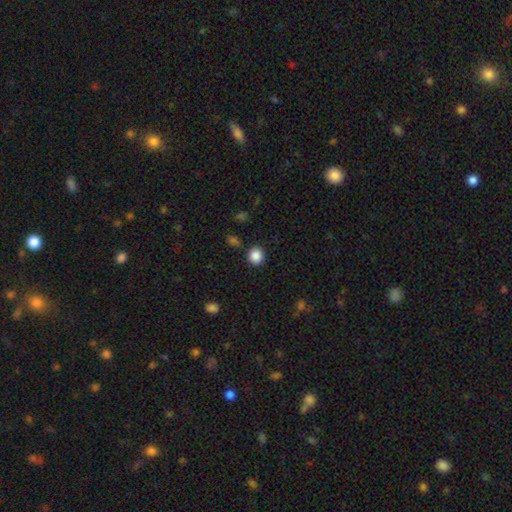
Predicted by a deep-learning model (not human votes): Smooth or featured?
  - smooth: 87% *
  - star or artifact: 10%
  - featured or disk: 3%
How rounded?
  - round: 90% *
  - in between: 9%
  - cigar-shaped: 1%
Merging?
  - none: 88% *
  - minor disturbance: 7%
  - merger: 3%
  - major disturbance: 2%